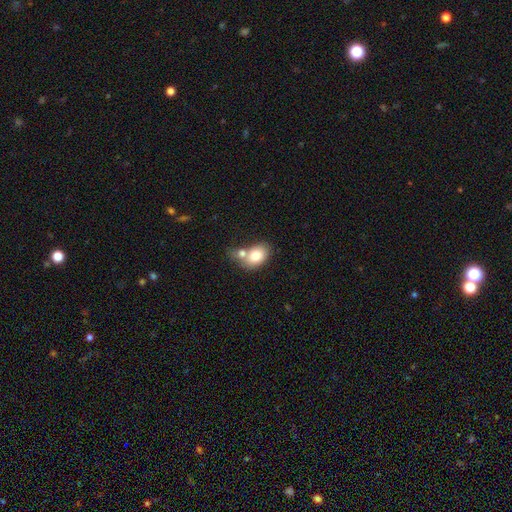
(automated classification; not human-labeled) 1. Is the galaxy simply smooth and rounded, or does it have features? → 77% smooth, 16% featured or disk, 8% star or artifact.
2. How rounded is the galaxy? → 77% in between, 22% round, 1% cigar-shaped.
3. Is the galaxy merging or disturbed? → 53% merger, 32% none, 11% minor disturbance, 4% major disturbance.